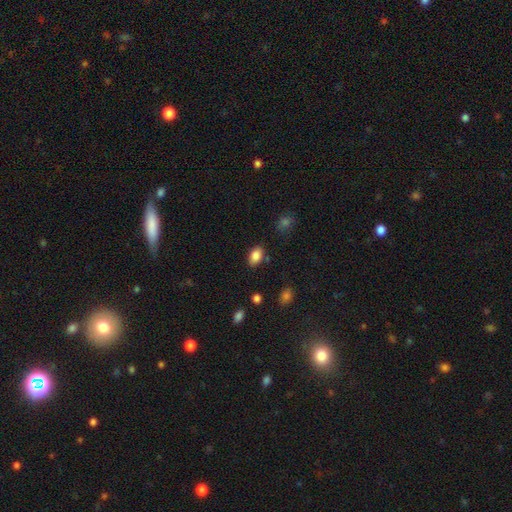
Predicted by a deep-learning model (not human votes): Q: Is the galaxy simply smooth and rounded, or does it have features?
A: smooth — 86%.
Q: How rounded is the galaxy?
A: in between — 89%.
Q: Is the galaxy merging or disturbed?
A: none — 81%.